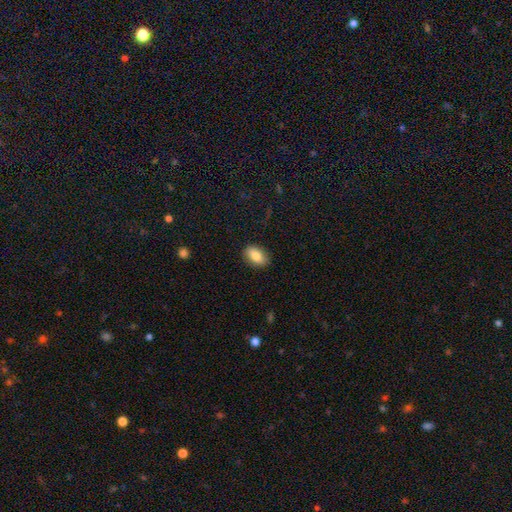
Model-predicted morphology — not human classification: smooth 83%, featured or disk 10%, star or artifact 7%. Down the decision tree: how rounded — in between (87%); merging — none (85%).